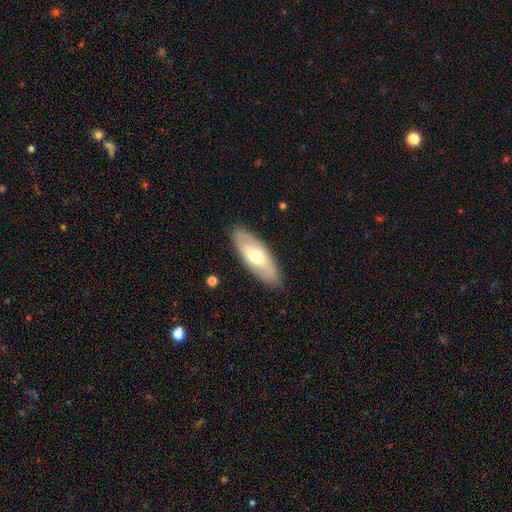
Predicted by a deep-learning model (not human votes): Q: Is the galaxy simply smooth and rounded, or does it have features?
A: smooth — 53%.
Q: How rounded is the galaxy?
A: in between — 77%.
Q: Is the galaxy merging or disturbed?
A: none — 88%.